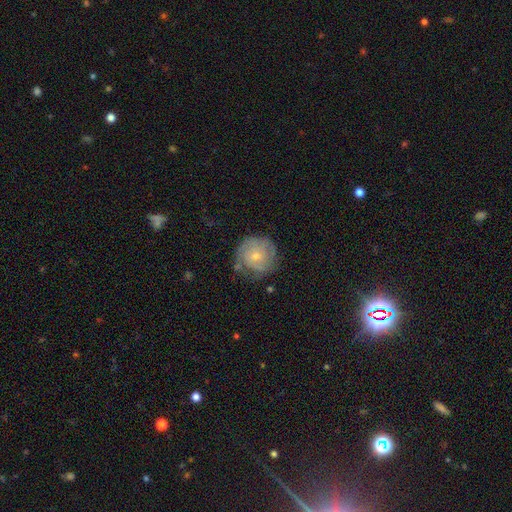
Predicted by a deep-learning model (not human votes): A featured or disk galaxy (54%) with no bar (75%), spiral arms (76%) and a small central bulge (64%).

Vote fractions:
- Smooth or featured? featured or disk: 54% / smooth: 39% / star or artifact: 7%
- Edge-on disk? no: 97% / yes: 3%
- Bar? no: 75% / weak: 22% / strong: 3%
- Spiral arms? yes: 76% / no: 24%
- Bulge size? small: 64% / moderate: 32% / none: 2% / large: 1% / dominant: 1%
- Merging? none: 64% / minor disturbance: 24% / major disturbance: 9% / merger: 3%